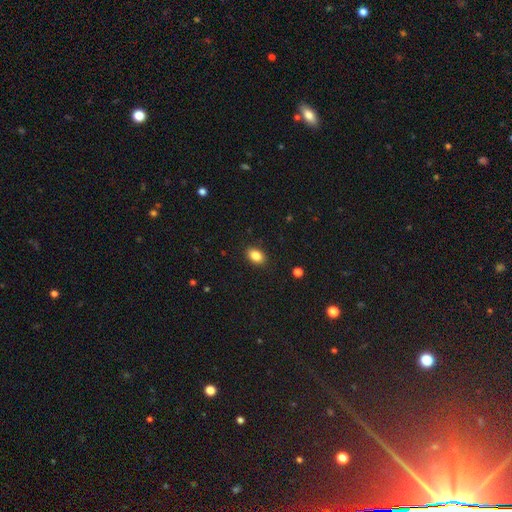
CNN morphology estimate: This appears to be a smooth galaxy with no disk features (86%) that is in between round and cigar-shaped (83%). Merging: none (88%).